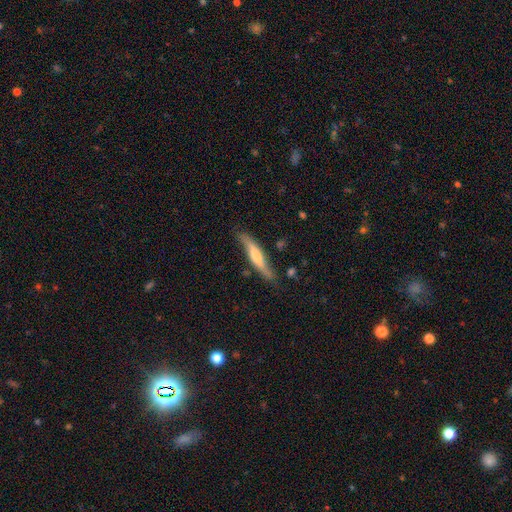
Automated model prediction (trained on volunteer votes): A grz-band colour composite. It shows a featured or disk galaxy (50%). Merging: none (75%).